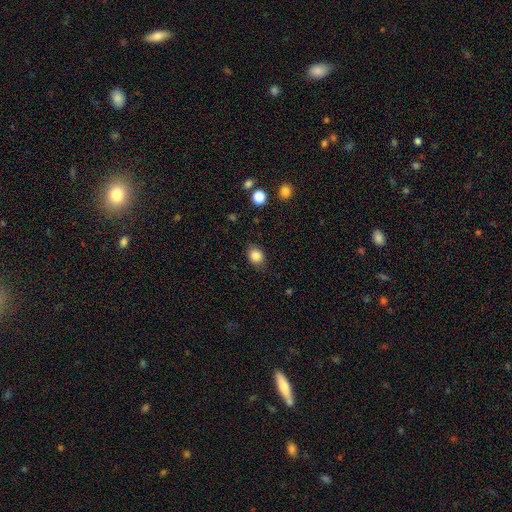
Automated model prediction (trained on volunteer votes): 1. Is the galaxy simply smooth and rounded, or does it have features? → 85% smooth, 10% star or artifact, 5% featured or disk.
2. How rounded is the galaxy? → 52% round, 47% in between, 1% cigar-shaped.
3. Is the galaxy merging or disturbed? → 83% none, 13% minor disturbance, 3% major disturbance, 1% merger.